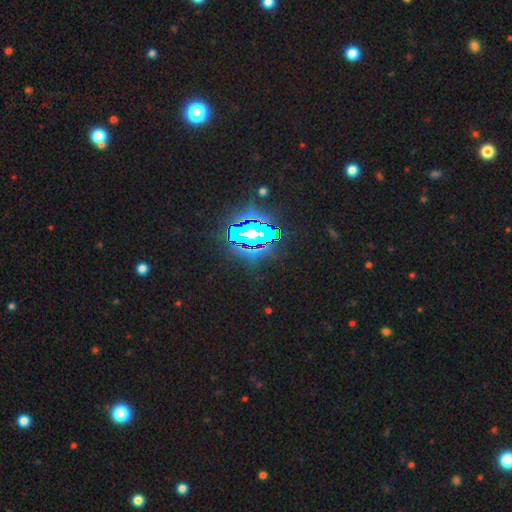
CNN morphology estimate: Q: Smooth or featured?
A: star or artifact (85%); runner-up: smooth (9%)